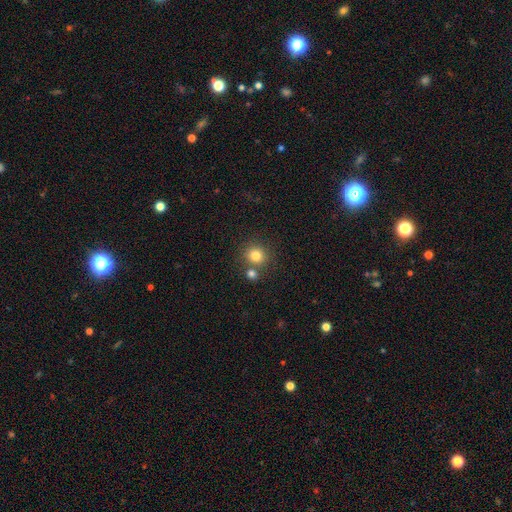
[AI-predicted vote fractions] Smooth or featured: smooth — 81% (star or artifact — 12%)
How rounded: round — 90% (in between — 9%)
Merging: none — 69% (merger — 20%)